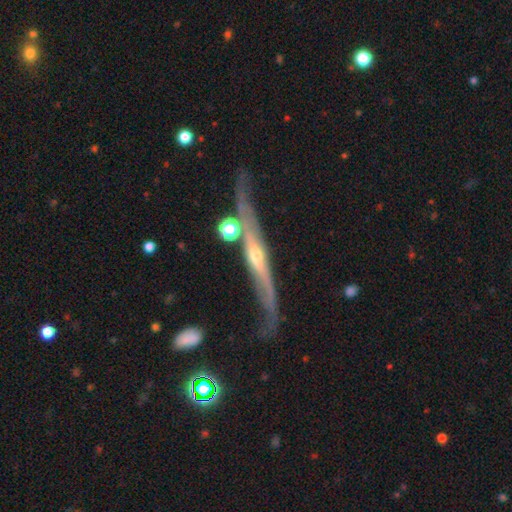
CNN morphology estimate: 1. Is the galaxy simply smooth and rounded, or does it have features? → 83% featured or disk, 11% smooth, 5% star or artifact.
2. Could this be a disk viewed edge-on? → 84% yes, 16% no.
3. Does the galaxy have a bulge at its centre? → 78% rounded, 15% none, 8% boxy.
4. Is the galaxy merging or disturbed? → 56% none, 22% minor disturbance, 11% major disturbance, 10% merger.